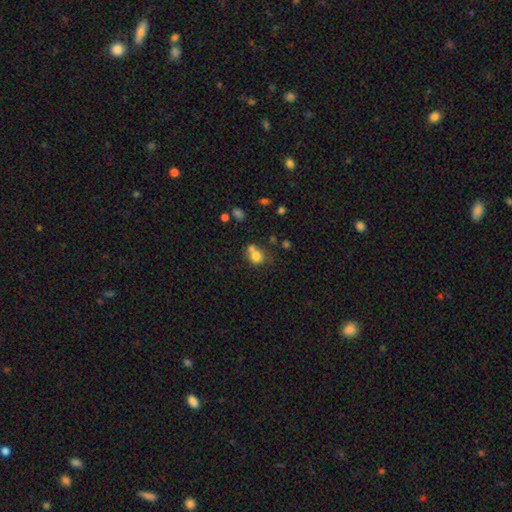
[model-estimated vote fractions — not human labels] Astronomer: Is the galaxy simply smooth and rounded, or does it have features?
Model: smooth — 76%.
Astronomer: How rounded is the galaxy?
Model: round — 69%.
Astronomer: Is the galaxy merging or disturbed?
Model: merger — 42% (runner-up: none, 39%).